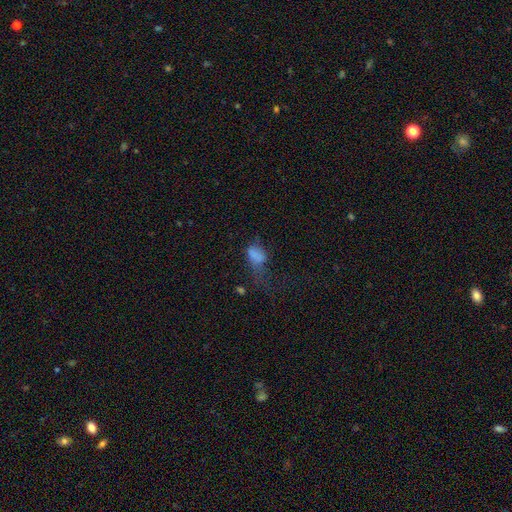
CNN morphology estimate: This is likely a smooth galaxy (67%). How rounded: clearly in between (83%). Merging: possibly major disturbance (55%).